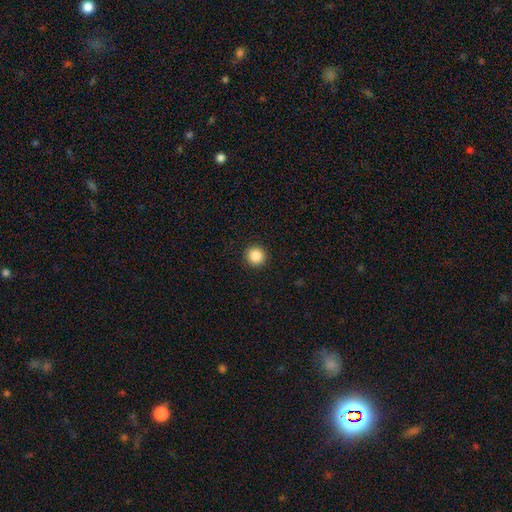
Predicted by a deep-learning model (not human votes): The model was most divided on "smooth or featured": smooth: 87%, star or artifact: 9%, featured or disk: 3%. More confident: how rounded — round (95%); merging — none (93%).